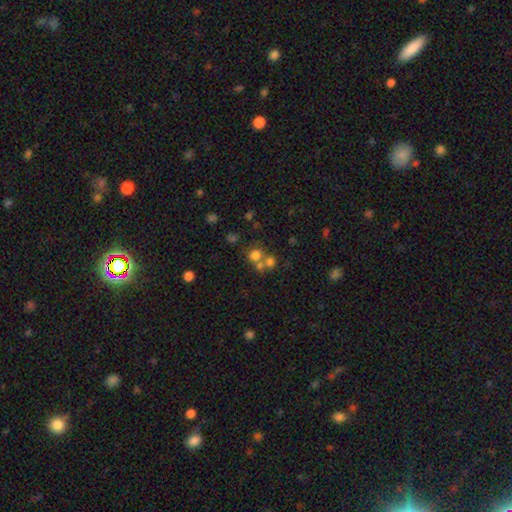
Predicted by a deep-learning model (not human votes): Smooth or featured: smooth — 67% (star or artifact — 19%)
How rounded: round — 85% (in between — 14%)
Merging: none — 48% (merger — 41%)